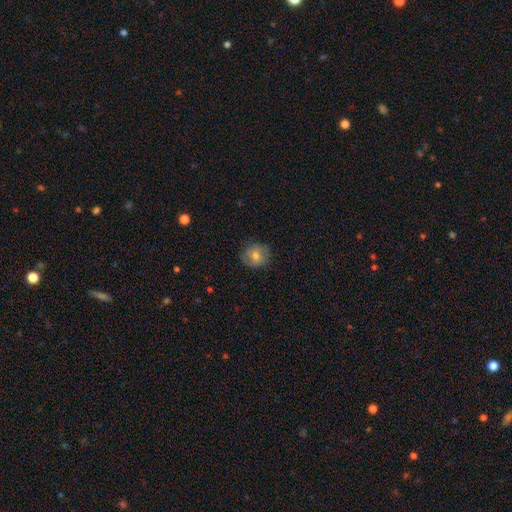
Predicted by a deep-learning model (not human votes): smooth-or-featured: smooth: 66% | featured or disk: 25% | star or artifact: 10%
  how-rounded: round: 82% | in between: 17% | cigar-shaped: 1%
  merging: none: 82% | minor disturbance: 14% | major disturbance: 4% | merger: 1%